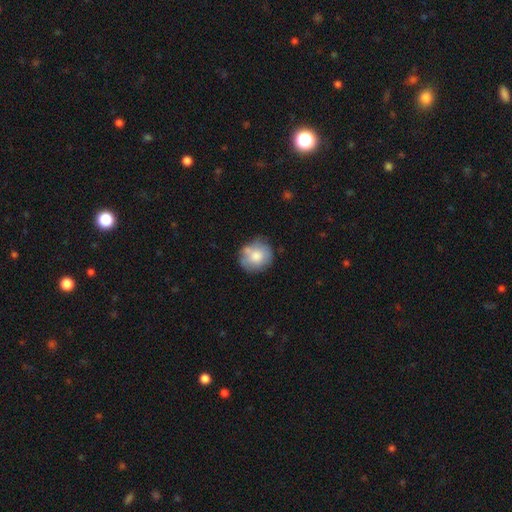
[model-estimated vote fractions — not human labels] Smooth or featured? smooth (72%)
How rounded? round (80%)
Merging? none (60%)